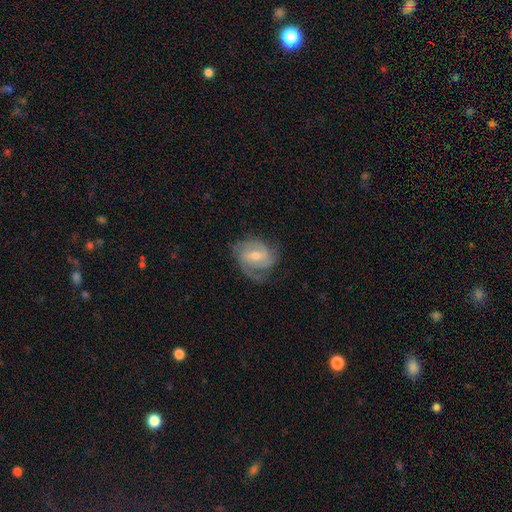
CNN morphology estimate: A featured or disk galaxy (82%) with a weak bar (53%), 2 (51%) tight (44%) spiral arms (95%) and a moderate central bulge (55%).

Vote fractions:
- Smooth or featured? featured or disk: 82% / smooth: 12% / star or artifact: 6%
- Edge-on disk? no: 97% / yes: 3%
- Bar? weak: 53% / no: 27% / strong: 20%
- Spiral arms? yes: 95% / no: 5%
- Spiral winding? tight: 44% / medium: 43% / loose: 13%
- Spiral arm count? 2: 51% / 3: 22% / can't tell: 16% / 1: 5% / 4: 3% / more than 4: 3%
- Bulge size? moderate: 55% / small: 40% / large: 2% / none: 2% / dominant: 1%
- Merging? none: 67% / minor disturbance: 22% / major disturbance: 10% / merger: 1%